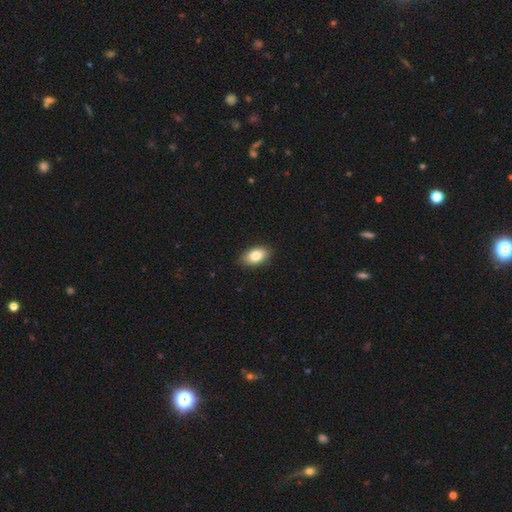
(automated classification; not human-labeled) Q: Smooth or featured?
A: smooth (82%); runner-up: featured or disk (10%)
Q: How rounded?
A: in between (91%); runner-up: round (7%)
Q: Merging?
A: none (88%); runner-up: minor disturbance (9%)